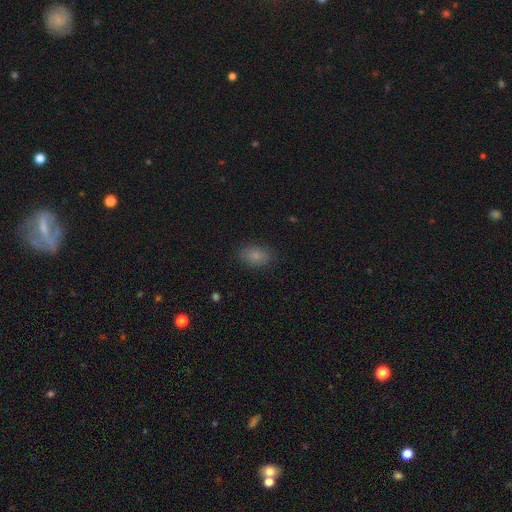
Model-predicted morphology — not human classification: This is likely a smooth galaxy (80%). How rounded: clearly in between (84%). Merging: clearly none (83%).